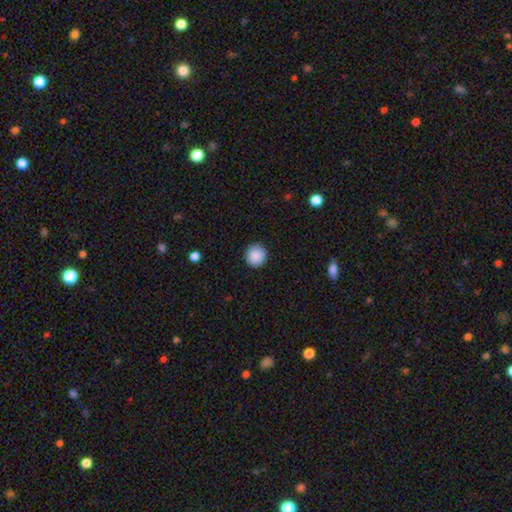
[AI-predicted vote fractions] Smooth or featured? Predicted: smooth (p=0.88). How rounded? Predicted: round (p=0.92). Merging? Predicted: none (p=0.91).